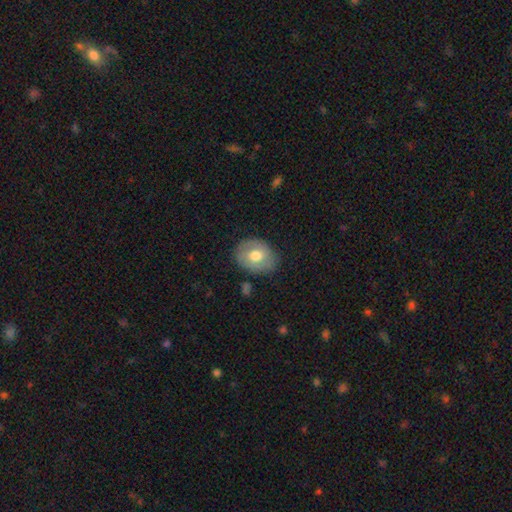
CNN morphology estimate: type=smooth (63%); roundness=in between (58%); merging=none (80%).